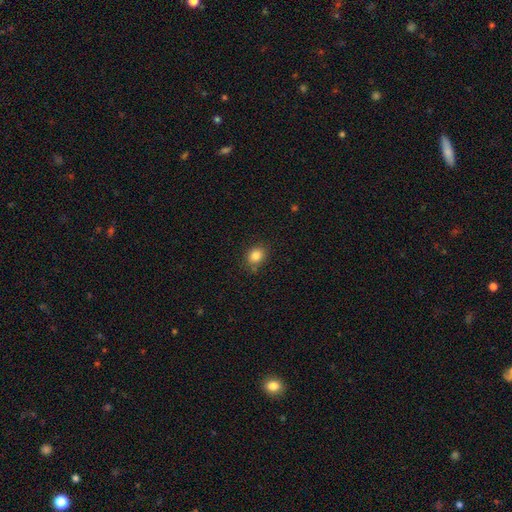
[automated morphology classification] Smooth or featured? smooth (84%)
How rounded? round (54%)
Merging? none (79%)